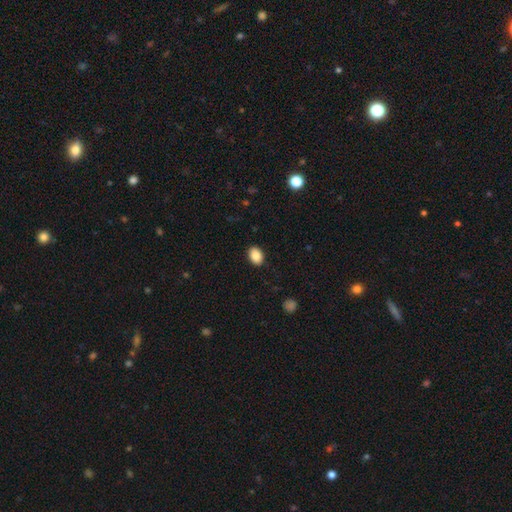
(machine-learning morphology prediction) type=smooth (89%); roundness=in between (76%); merging=none (89%).